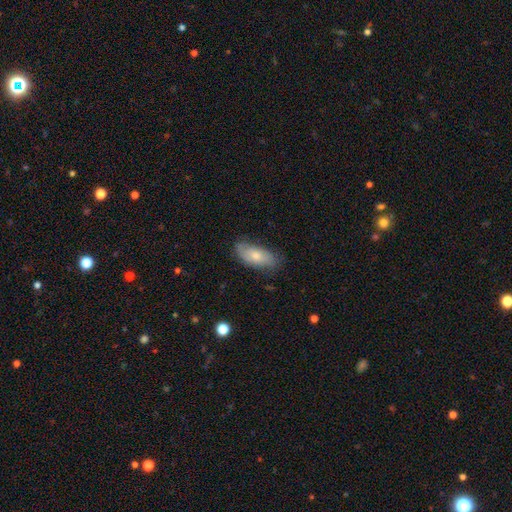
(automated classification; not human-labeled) This is likely a smooth galaxy (64%). How rounded: clearly in between (87%). Merging: likely none (70%).